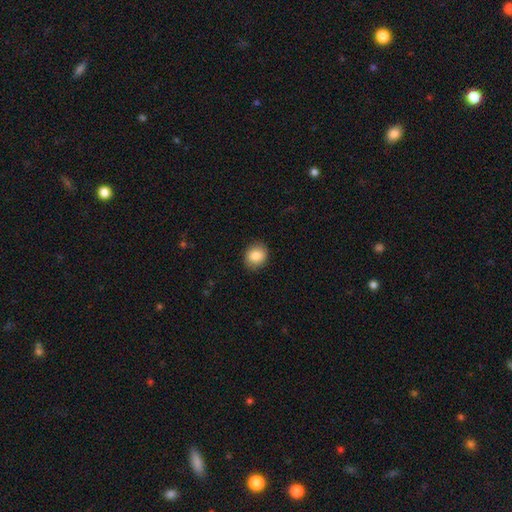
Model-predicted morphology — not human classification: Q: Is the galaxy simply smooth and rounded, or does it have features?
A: smooth — 86%.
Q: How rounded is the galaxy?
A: round — 68%.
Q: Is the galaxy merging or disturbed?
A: none — 88%.